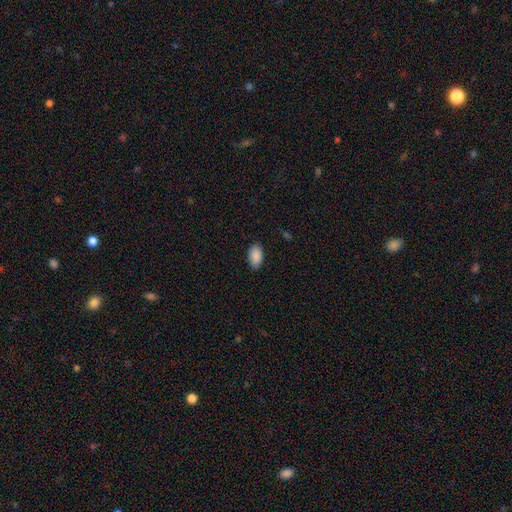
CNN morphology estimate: smooth_or_featured: smooth (p=0.90) [alt: star or artifact p=0.07]
how_rounded: in between (p=0.94) [alt: round p=0.04]
merging: none (p=0.85) [alt: minor disturbance p=0.12]